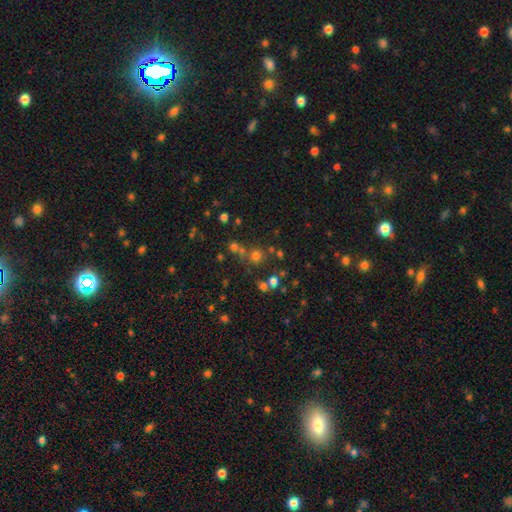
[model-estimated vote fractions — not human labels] The model was most divided on "smooth or featured": smooth: 64%, star or artifact: 26%, featured or disk: 10%. More confident: how rounded — round (89%); merging — none (67%).